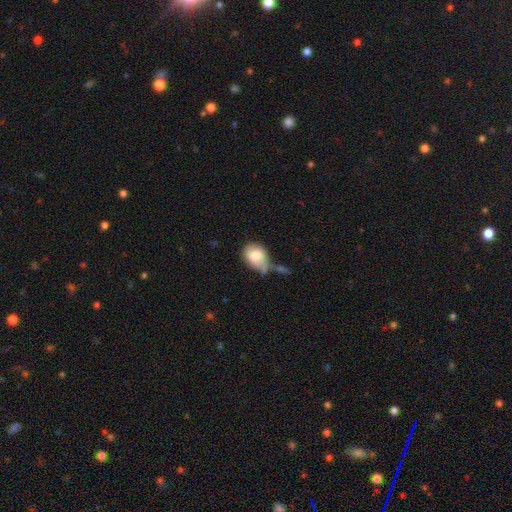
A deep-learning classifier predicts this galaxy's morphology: The model was most divided on "merging": none: 33%, minor disturbance: 25%, merger: 25%, major disturbance: 16%. More confident: smooth or featured — smooth (75%); how rounded — in between (59%).